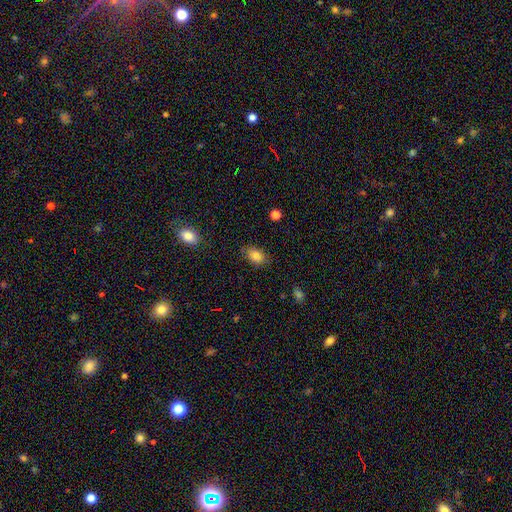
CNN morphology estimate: A smooth galaxy with no disk features (85%) that is in between round and cigar-shaped (86%).

Vote fractions:
- Smooth or featured? smooth: 85% / star or artifact: 9% / featured or disk: 6%
- How rounded? in between: 86% / round: 12% / cigar-shaped: 2%
- Merging? none: 84% / minor disturbance: 12% / major disturbance: 3% / merger: 1%